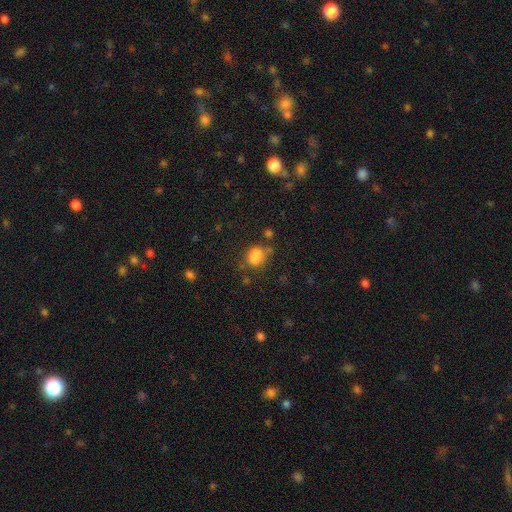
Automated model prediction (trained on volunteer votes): This is likely a smooth galaxy (78%). How rounded: possibly in between (50%). Merging: possibly none (56%).